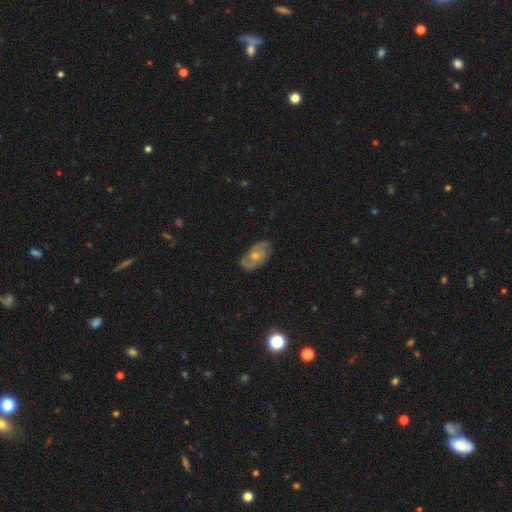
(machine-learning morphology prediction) featured or disk 69%, smooth 24%, star or artifact 6%. Down the decision tree: edge-on disk — no (95%); bar — no (69%); spiral arms — yes (88%); spiral arm count — 2 (73%); spiral winding — medium (46%); bulge size — small (50%); merging — none (75%).